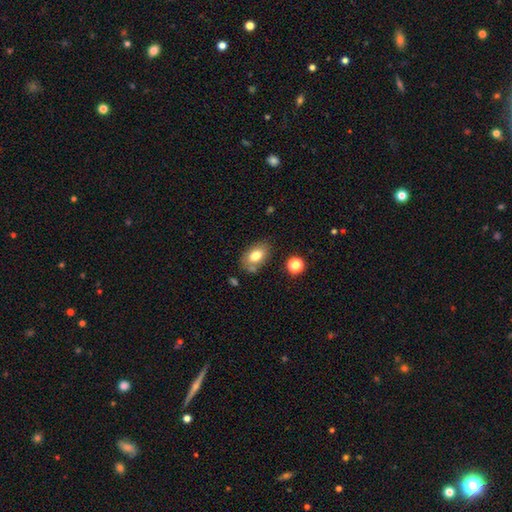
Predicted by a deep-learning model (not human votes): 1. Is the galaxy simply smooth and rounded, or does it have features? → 76% smooth, 15% featured or disk, 9% star or artifact.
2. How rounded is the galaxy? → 85% in between, 14% round, 1% cigar-shaped.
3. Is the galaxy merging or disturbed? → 68% none, 18% minor disturbance, 9% merger, 5% major disturbance.